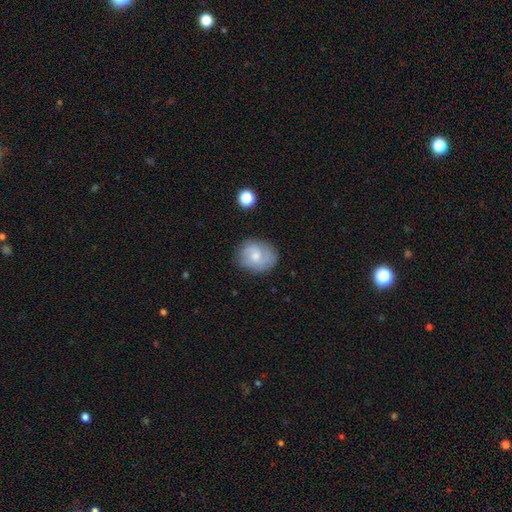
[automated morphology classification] smooth_or_featured: featured or disk (p=0.61) [alt: smooth p=0.32]
disk_edge_on: no (p=0.98) [alt: yes p=0.02]
bar: no (p=0.57) [alt: weak p=0.38]
has_spiral_arms: yes (p=0.90) [alt: no p=0.10]
spiral_winding: medium (p=0.45) [alt: tight p=0.36]
spiral_arm_count: 2 (p=0.57) [alt: can't tell p=0.19]
bulge_size: moderate (p=0.45) [tied with: small p=0.45]
merging: none (p=0.76) [alt: minor disturbance p=0.17]